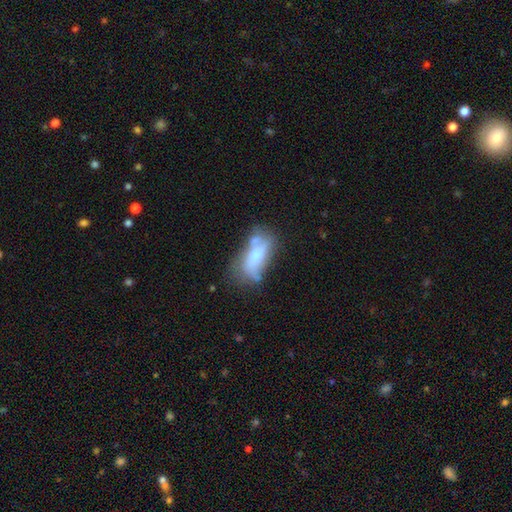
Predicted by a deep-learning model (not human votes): Overall: smooth (47%; featured or disk 45%). Merging: none (35%; minor disturbance 25%).